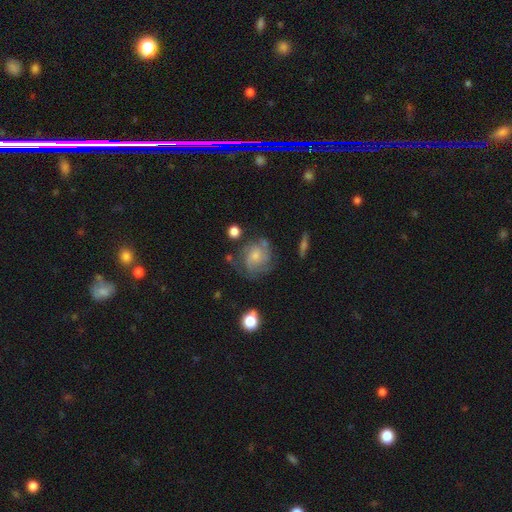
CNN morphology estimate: Smooth or featured? featured or disk (62%)
Edge-on disk? no (97%)
Bar? no (72%)
Spiral arms? yes (85%)
Spiral winding? tight (46%)
Spiral arm count? can't tell (36%)
Bulge size? small (50%)
Merging? none (56%)